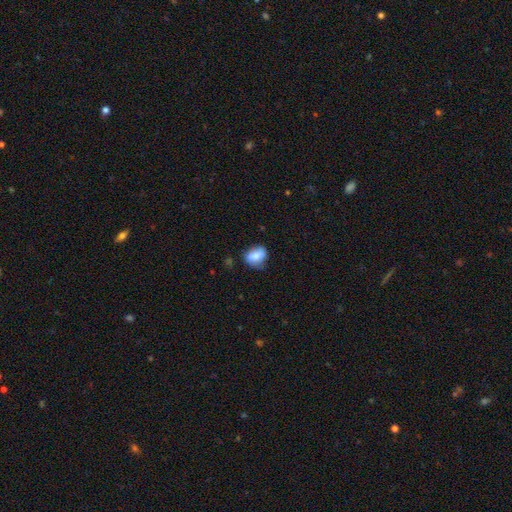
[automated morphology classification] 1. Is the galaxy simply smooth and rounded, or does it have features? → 78% smooth, 14% featured or disk, 8% star or artifact.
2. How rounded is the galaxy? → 67% in between, 32% round, 2% cigar-shaped.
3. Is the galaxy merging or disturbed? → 60% none, 30% minor disturbance, 8% major disturbance, 2% merger.